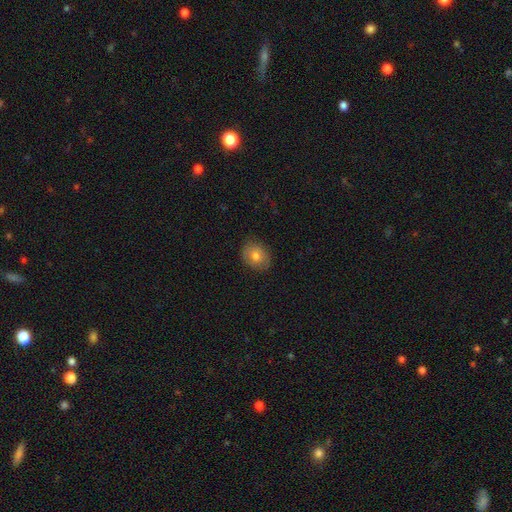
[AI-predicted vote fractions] Morphology: type=smooth (76%); roundness=round (53%); merging=none (82%).